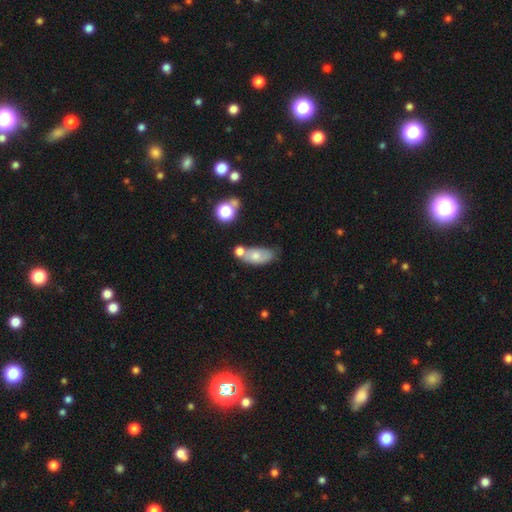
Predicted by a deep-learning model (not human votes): A smooth galaxy with no disk features (67%) that is in between round and cigar-shaped (86%).

Vote fractions:
- Smooth or featured? smooth: 67% / featured or disk: 24% / star or artifact: 9%
- How rounded? in between: 86% / cigar-shaped: 8% / round: 6%
- Merging? none: 42% / merger: 29% / minor disturbance: 21% / major disturbance: 8%